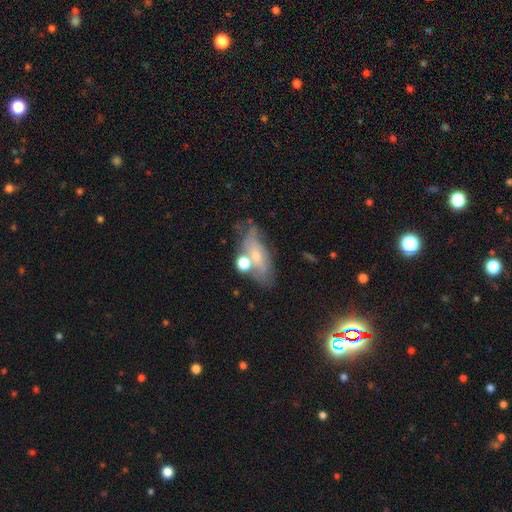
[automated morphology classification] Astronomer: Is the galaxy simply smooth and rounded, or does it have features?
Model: featured or disk — 46% (runner-up: smooth, 42%).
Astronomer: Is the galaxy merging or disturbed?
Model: none — 43% (runner-up: minor disturbance, 24%).